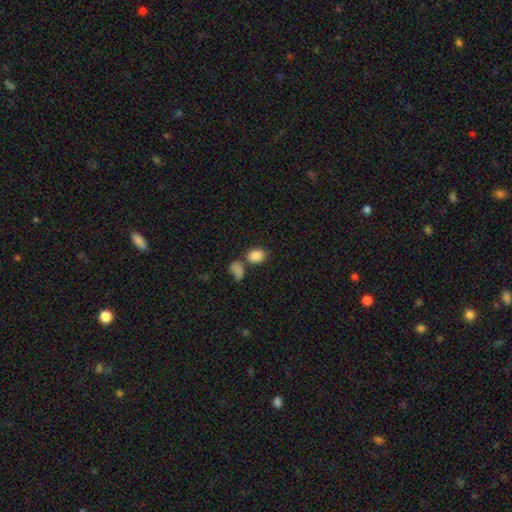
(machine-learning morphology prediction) Smooth or featured? Predicted: smooth (p=0.86). How rounded? Predicted: in between (p=0.76). Merging? Predicted: none (p=0.53).